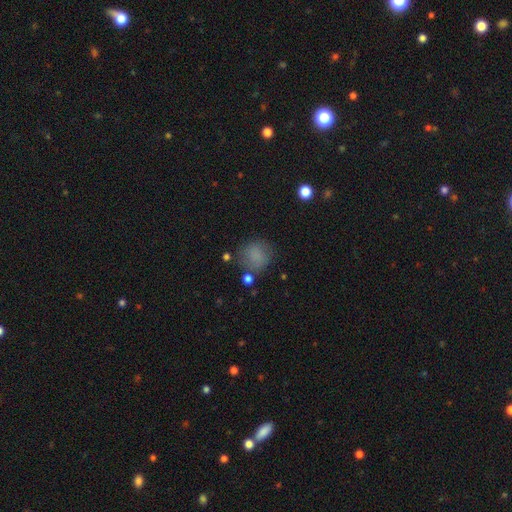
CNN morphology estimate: Smooth or featured?
  - smooth: 78% *
  - star or artifact: 12%
  - featured or disk: 10%
How rounded?
  - round: 84% *
  - in between: 15%
  - cigar-shaped: 1%
Merging?
  - none: 70% *
  - minor disturbance: 18%
  - major disturbance: 8%
  - merger: 5%